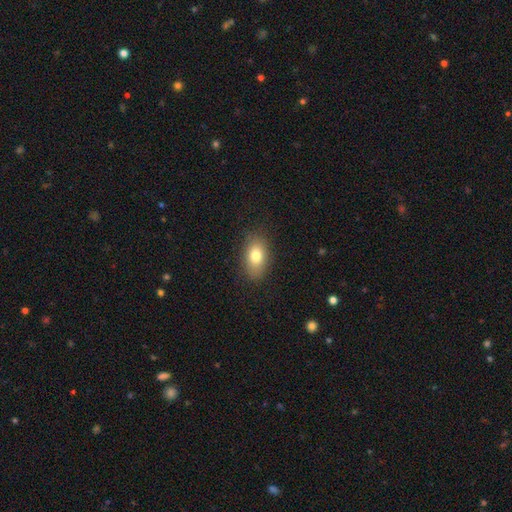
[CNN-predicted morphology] Overall: smooth (78%). How rounded: in between (86%). Merging: none (85%).